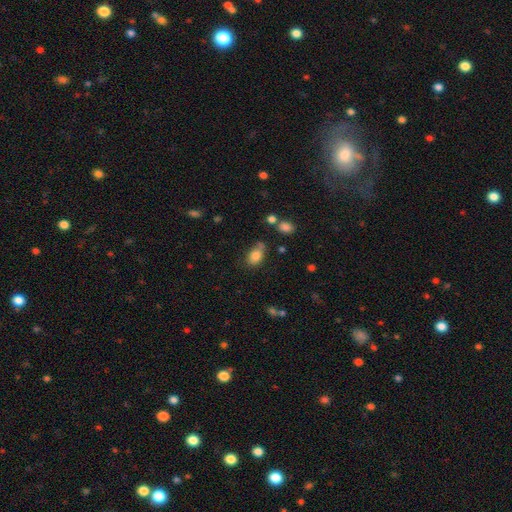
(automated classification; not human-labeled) Q: Smooth or featured?
A: smooth (82%); runner-up: featured or disk (9%)
Q: How rounded?
A: in between (86%); runner-up: round (11%)
Q: Merging?
A: none (54%); runner-up: minor disturbance (28%)